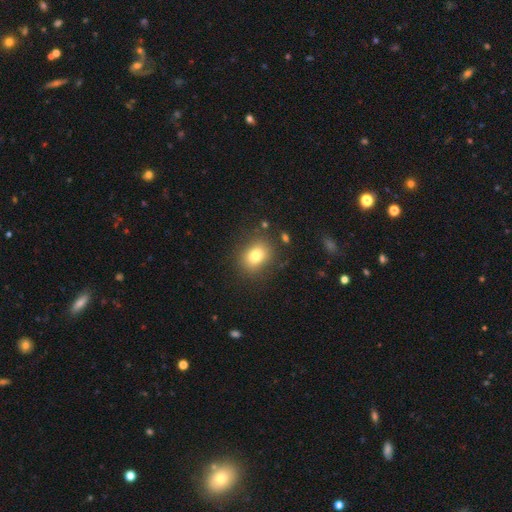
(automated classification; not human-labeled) This appears to be a smooth galaxy with no disk features (79%) that is round (50%). Merging: none (83%).